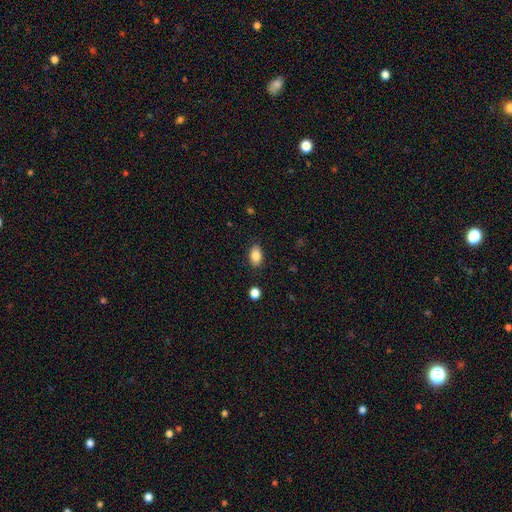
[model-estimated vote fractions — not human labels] A smooth galaxy with no disk features (85%) that is in between round and cigar-shaped (88%). Merging: none (85%).